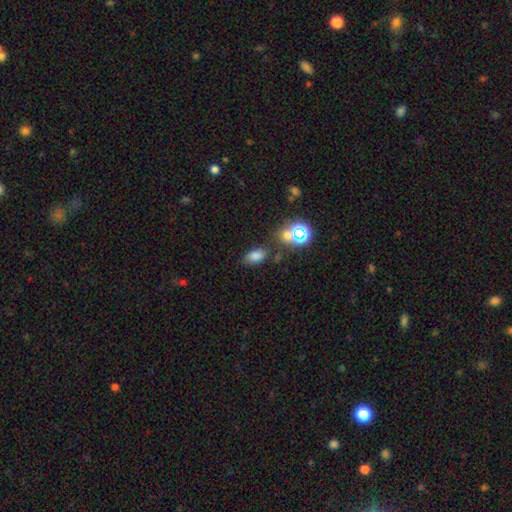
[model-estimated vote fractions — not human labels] Smooth or featured: smooth — 72% (star or artifact — 21%)
How rounded: in between — 87% (round — 10%)
Merging: none — 71% (minor disturbance — 15%)